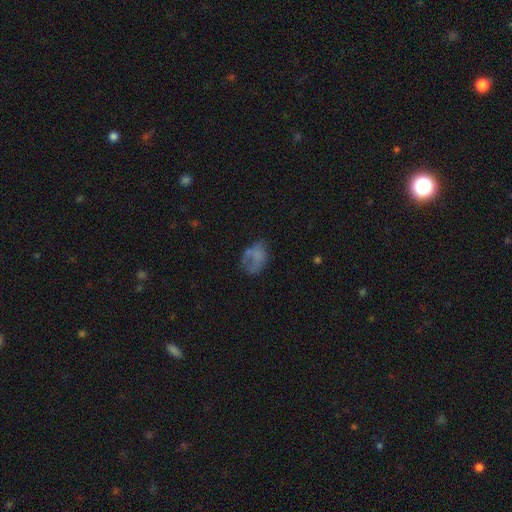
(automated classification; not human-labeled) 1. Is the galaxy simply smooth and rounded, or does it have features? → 57% smooth, 30% featured or disk, 13% star or artifact.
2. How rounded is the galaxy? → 70% in between, 28% round, 1% cigar-shaped.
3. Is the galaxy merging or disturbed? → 39% none, 28% major disturbance, 27% minor disturbance, 6% merger.